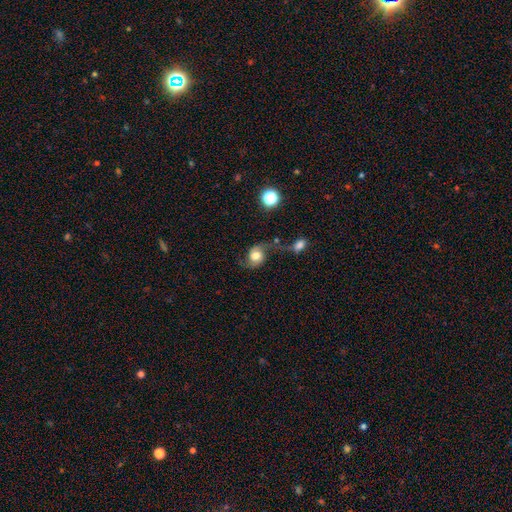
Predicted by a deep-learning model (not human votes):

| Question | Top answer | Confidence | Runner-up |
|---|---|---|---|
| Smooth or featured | featured or disk | 53% | smooth (37%) |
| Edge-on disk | no | 97% | yes (3%) |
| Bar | no | 70% | weak (25%) |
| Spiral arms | yes | 86% | no (14%) |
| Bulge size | moderate | 43% | large (41%) |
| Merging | none | 40% | merger (26%) |